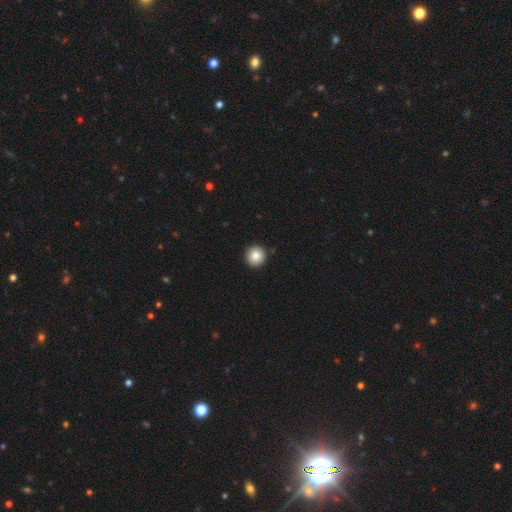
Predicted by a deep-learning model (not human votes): smooth-or-featured: smooth: 86% | star or artifact: 9% | featured or disk: 5%
  how-rounded: round: 94% | in between: 5% | cigar-shaped: 1%
  merging: none: 92% | minor disturbance: 5% | major disturbance: 1% | merger: 1%